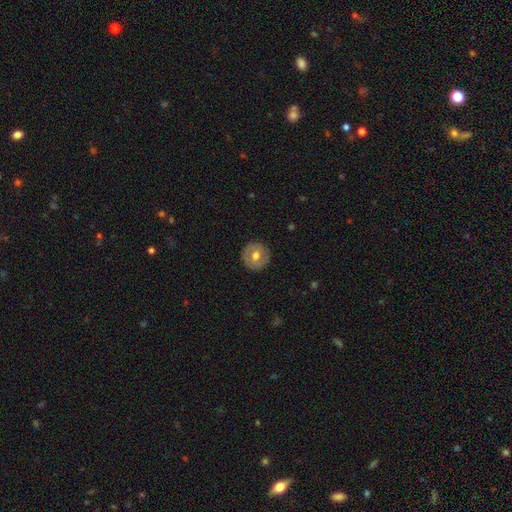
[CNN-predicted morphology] Smooth or featured: smooth — 53% (featured or disk — 40%)
How rounded: round — 93% (in between — 6%)
Merging: none — 88% (minor disturbance — 8%)